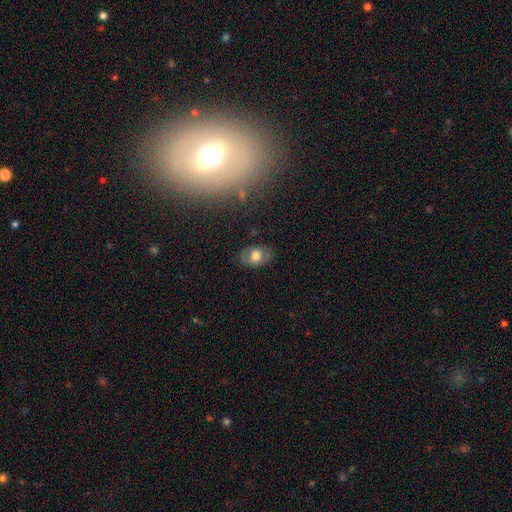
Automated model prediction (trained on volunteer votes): The model was most divided on "smooth or featured": smooth: 63%, featured or disk: 28%, star or artifact: 9%. More confident: merging — none (80%); how rounded — in between (79%).